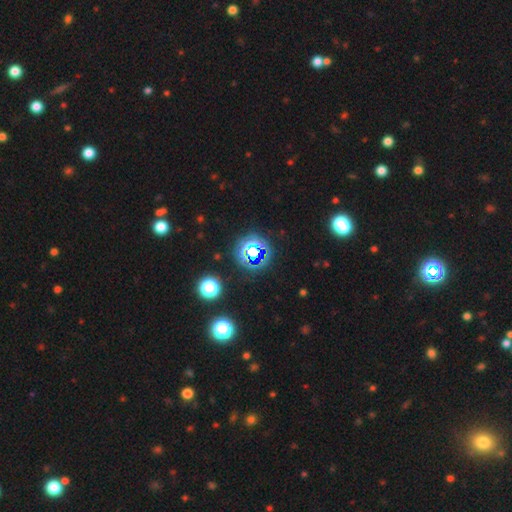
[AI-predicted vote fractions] Morphology: type=star or artifact (73%).